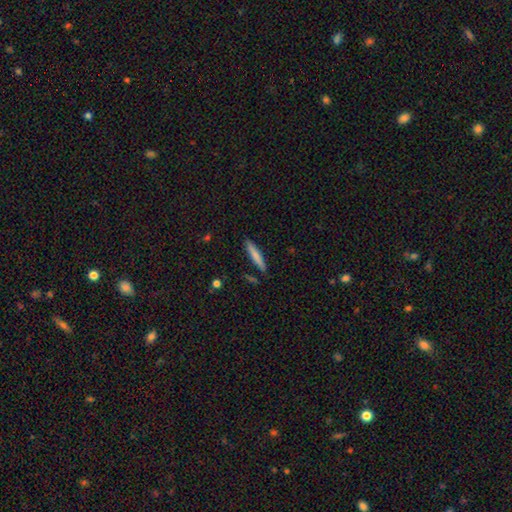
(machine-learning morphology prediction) Smooth or featured? smooth (74%)
How rounded? cigar-shaped (93%)
Merging? none (87%)